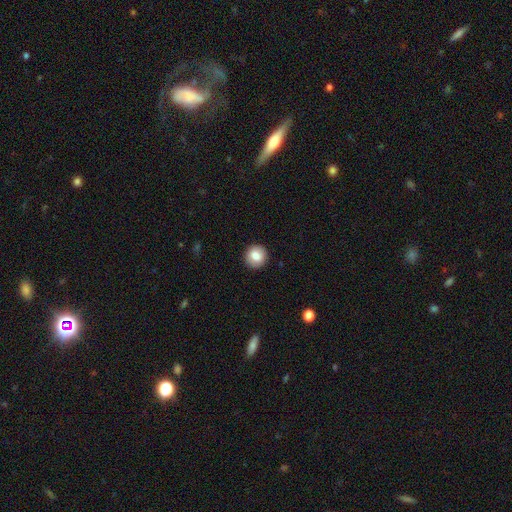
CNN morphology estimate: Smooth or featured: smooth — 83% (featured or disk — 9%)
How rounded: round — 92% (in between — 7%)
Merging: none — 92% (minor disturbance — 6%)